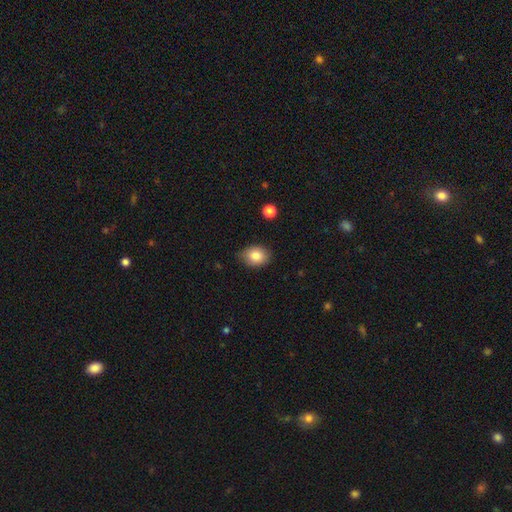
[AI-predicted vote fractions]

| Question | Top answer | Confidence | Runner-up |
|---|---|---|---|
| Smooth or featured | smooth | 83% | star or artifact (8%) |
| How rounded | in between | 66% | round (33%) |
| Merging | none | 82% | minor disturbance (15%) |